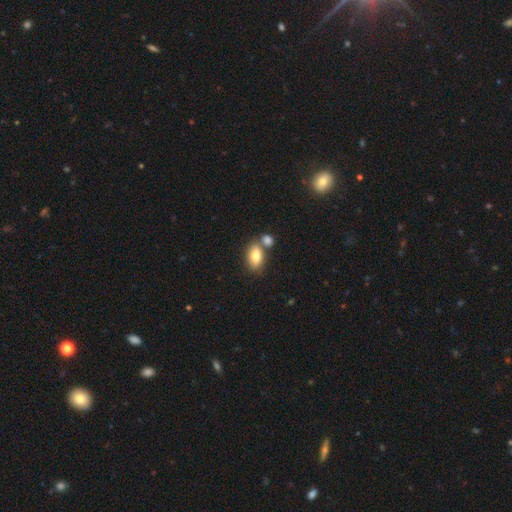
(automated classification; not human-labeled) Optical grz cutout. It shows a smooth galaxy with no disk features (78%) that is in between round and cigar-shaped (87%). Merging: none (54%).